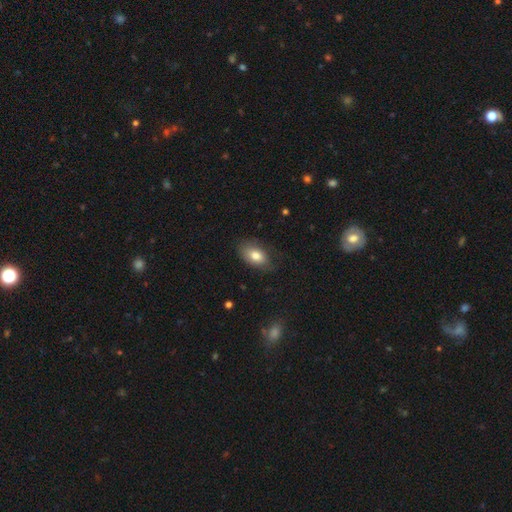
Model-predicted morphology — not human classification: type=smooth (78%); roundness=in between (91%); merging=none (70%).